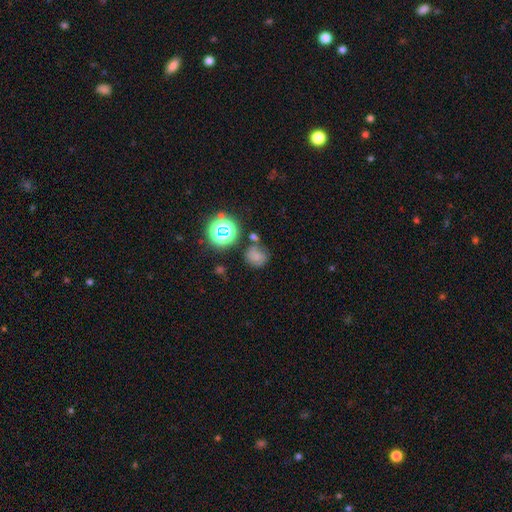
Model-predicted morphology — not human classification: smooth_or_featured: smooth (p=0.63) [alt: star or artifact p=0.23]
how_rounded: round (p=0.78) [alt: in between p=0.21]
merging: none (p=0.56) [alt: minor disturbance p=0.20]